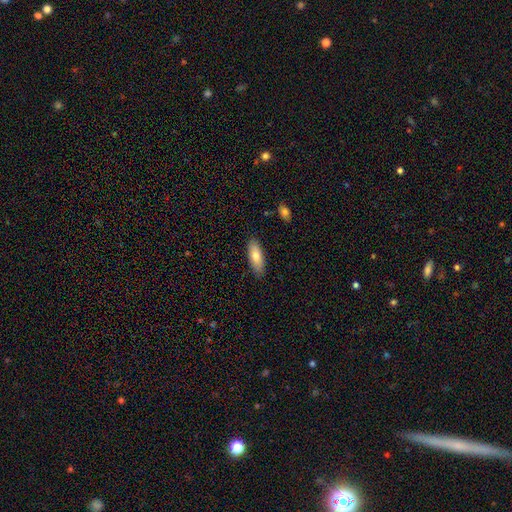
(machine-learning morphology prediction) Smooth or featured?
  - smooth: 76% *
  - featured or disk: 18%
  - star or artifact: 6%
How rounded?
  - in between: 68% *
  - cigar-shaped: 30%
  - round: 2%
Merging?
  - none: 87% *
  - minor disturbance: 10%
  - major disturbance: 2%
  - merger: 1%